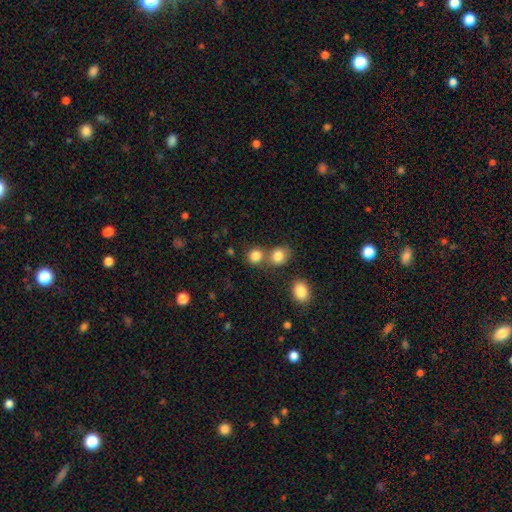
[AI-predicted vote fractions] smooth_or_featured: smooth (p=0.83) [alt: star or artifact p=0.12]
how_rounded: round (p=0.83) [alt: in between p=0.16]
merging: none (p=0.59) [alt: merger p=0.31]